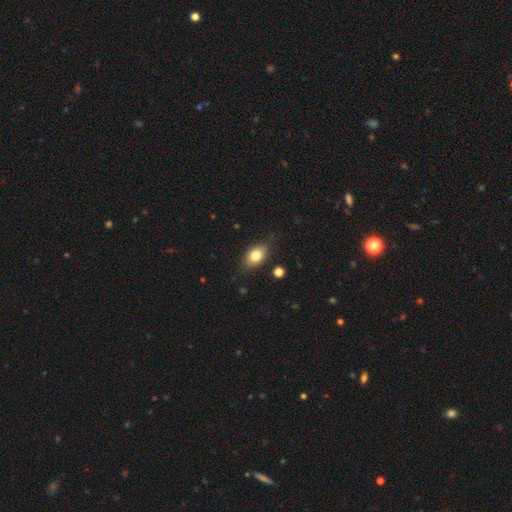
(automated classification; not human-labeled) This appears to be a smooth galaxy with no disk features (80%) that is in between round and cigar-shaped (82%). Merging: none (81%).